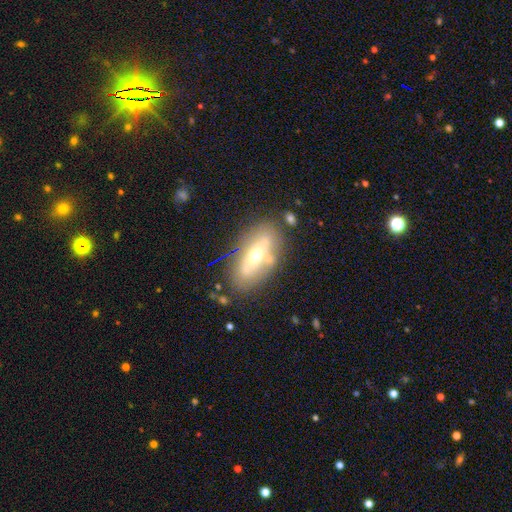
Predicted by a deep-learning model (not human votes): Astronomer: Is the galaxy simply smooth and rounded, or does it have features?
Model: featured or disk — 55% (runner-up: smooth, 37%).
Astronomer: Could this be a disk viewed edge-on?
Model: no — 66%.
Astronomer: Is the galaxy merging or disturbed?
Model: none — 74%.